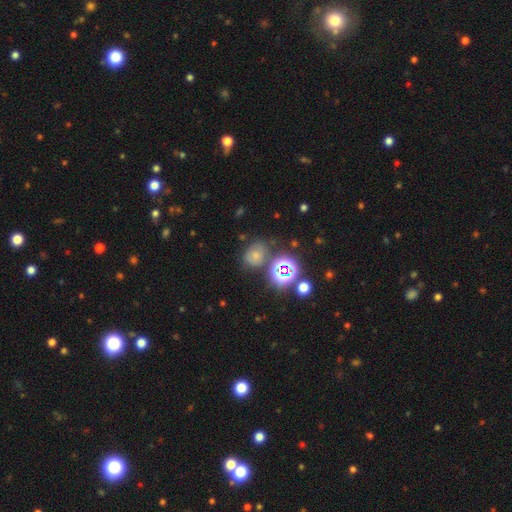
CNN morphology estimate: Overall: smooth (56%; star or artifact 30%). How rounded: round (58%; in between 41%). Merging: none (65%).